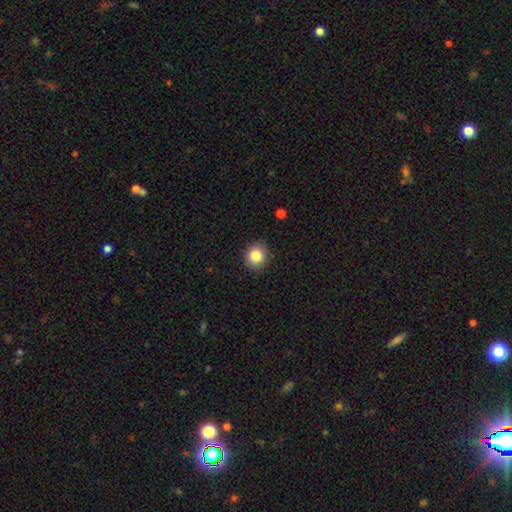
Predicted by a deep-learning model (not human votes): Smooth or featured: smooth — 83% (star or artifact — 10%)
How rounded: round — 84% (in between — 15%)
Merging: none — 89% (minor disturbance — 8%)